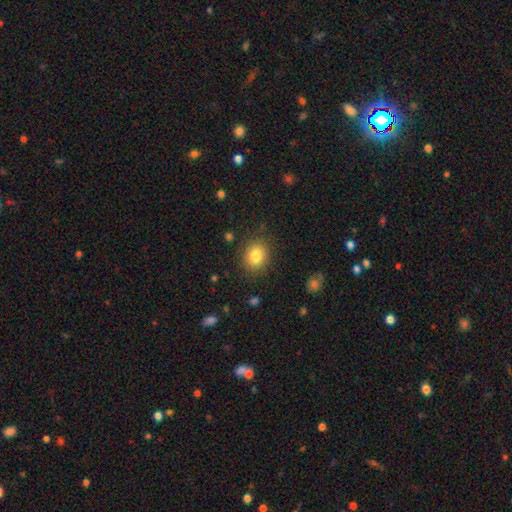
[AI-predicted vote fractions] Smooth or featured: smooth — 83% (star or artifact — 10%)
How rounded: round — 60% (in between — 39%)
Merging: none — 86% (minor disturbance — 9%)